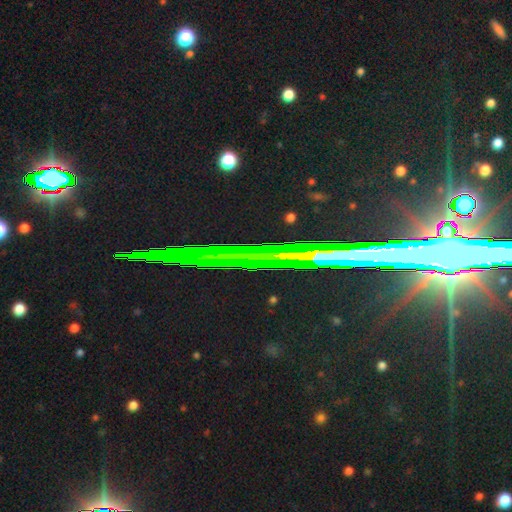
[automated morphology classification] The model was most divided on "smooth or featured": star or artifact: 66%, featured or disk: 23%, smooth: 11%.